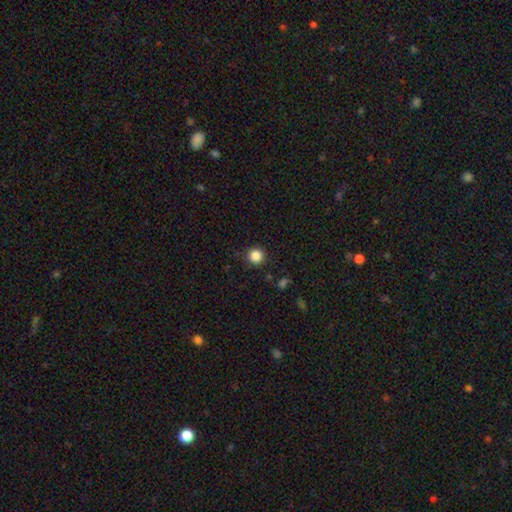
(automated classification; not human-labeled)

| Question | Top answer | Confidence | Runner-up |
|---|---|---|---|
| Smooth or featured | smooth | 85% | star or artifact (11%) |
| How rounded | round | 94% | in between (5%) |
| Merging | none | 90% | minor disturbance (6%) |